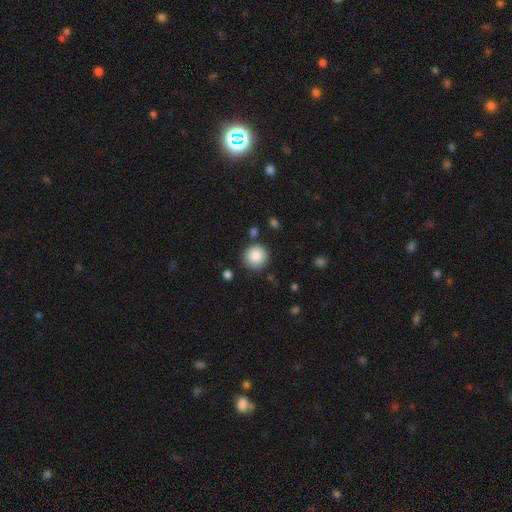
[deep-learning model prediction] Q: Smooth or featured?
A: smooth (88%); runner-up: star or artifact (8%)
Q: How rounded?
A: round (94%); runner-up: in between (5%)
Q: Merging?
A: none (86%); runner-up: minor disturbance (9%)